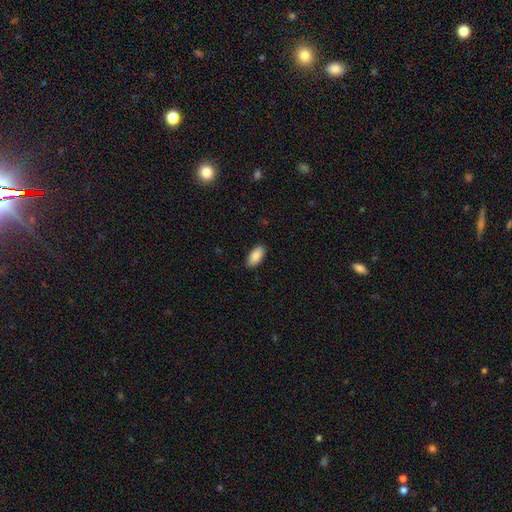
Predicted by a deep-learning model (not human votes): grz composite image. It shows a smooth galaxy with no disk features (88%) that is in between round and cigar-shaped (92%). Merging: none (87%).